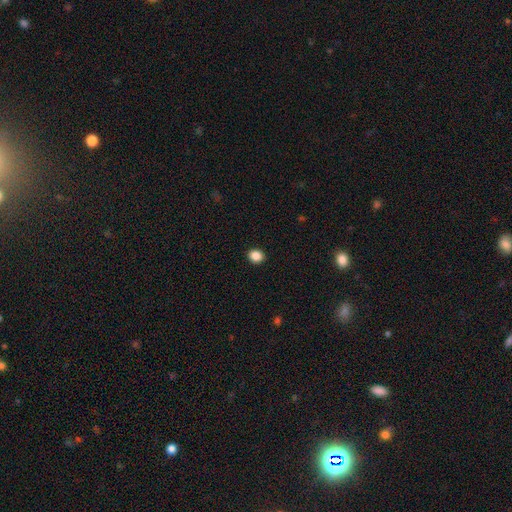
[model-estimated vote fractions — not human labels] Morphology: type=smooth (87%); roundness=round (71%); merging=none (92%).